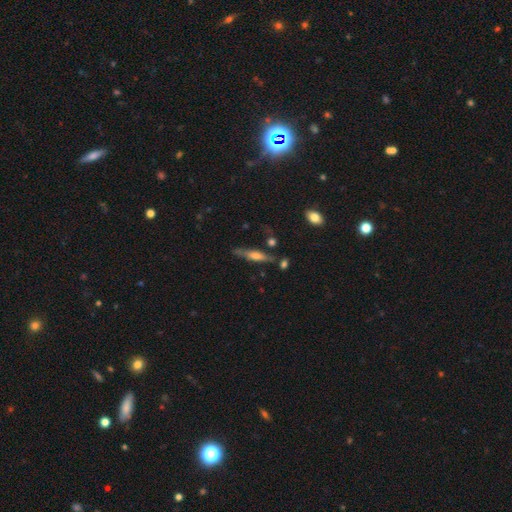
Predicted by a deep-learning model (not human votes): Morphology: type=featured or disk (51%); edge-on=yes (90%); merging=none (71%).